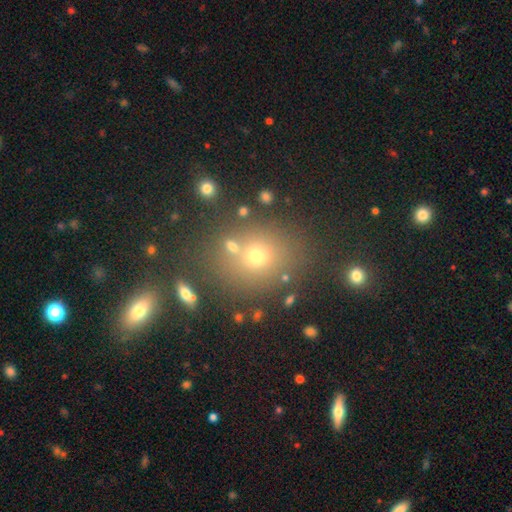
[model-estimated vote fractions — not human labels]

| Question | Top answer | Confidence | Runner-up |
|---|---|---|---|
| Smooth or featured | smooth | 66% | star or artifact (21%) |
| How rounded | round | 68% | in between (30%) |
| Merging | none | 72% | merger (12%) |